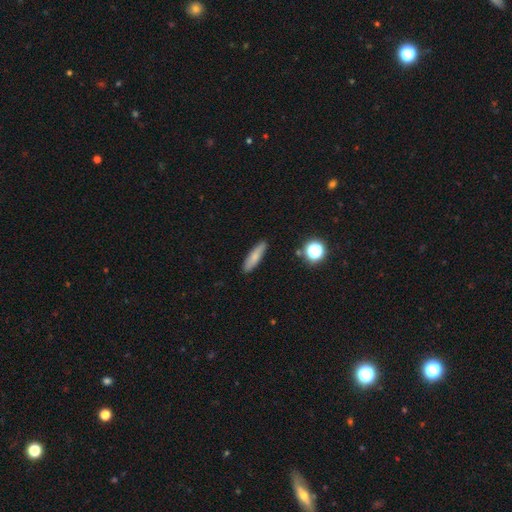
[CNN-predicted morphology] This is likely a smooth galaxy (76%). How rounded: likely cigar-shaped (73%). Merging: clearly none (88%).